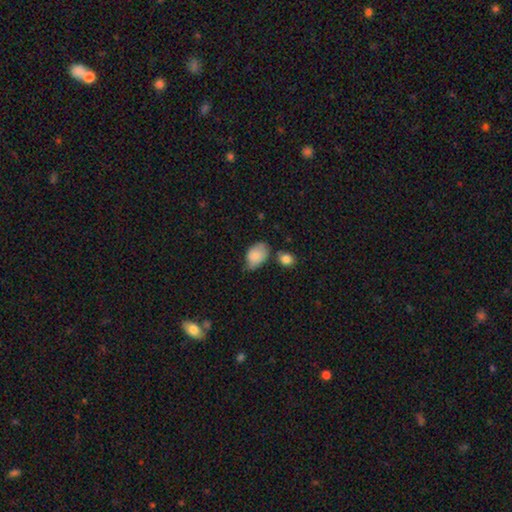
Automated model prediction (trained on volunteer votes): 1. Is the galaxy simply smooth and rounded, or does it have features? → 81% smooth, 12% featured or disk, 7% star or artifact.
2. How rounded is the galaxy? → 85% in between, 13% round, 1% cigar-shaped.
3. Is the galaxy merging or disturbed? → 43% none, 40% minor disturbance, 10% major disturbance, 8% merger.